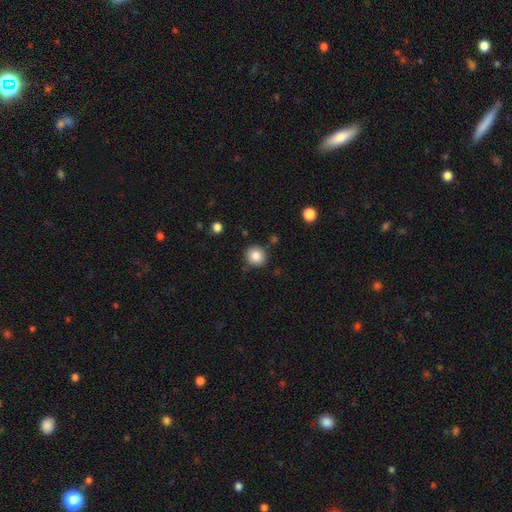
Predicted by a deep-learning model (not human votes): Smooth or featured? Predicted: smooth (p=0.85). How rounded? Predicted: round (p=0.87). Merging? Predicted: none (p=0.85).